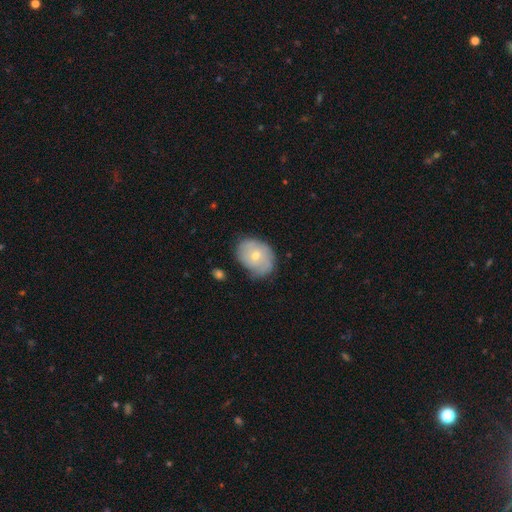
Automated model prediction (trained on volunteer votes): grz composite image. It shows a smooth galaxy with no disk features (56%) that is in between round and cigar-shaped (60%). Merging: none (59%).